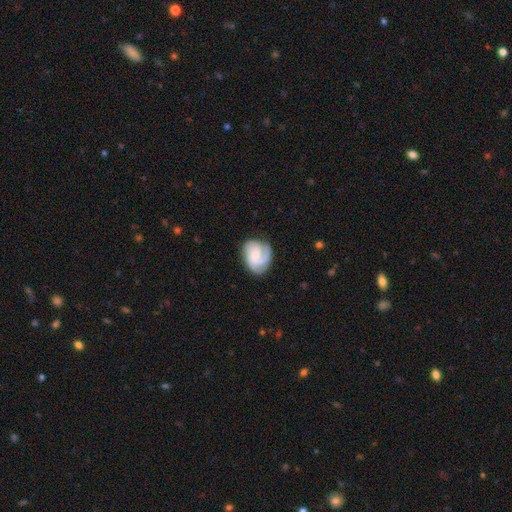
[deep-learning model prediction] A featured or disk galaxy (76%) with no bar (65%), 3 (37%) tight (51%) spiral arms (96%) and a small central bulge (49%). Merging: none (69%).